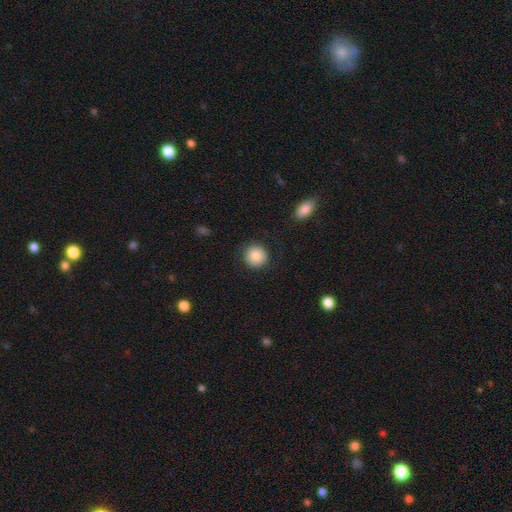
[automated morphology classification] smooth_or_featured: smooth (p=0.85) [alt: star or artifact p=0.08]
how_rounded: round (p=0.93) [alt: in between p=0.06]
merging: none (p=0.88) [alt: minor disturbance p=0.08]